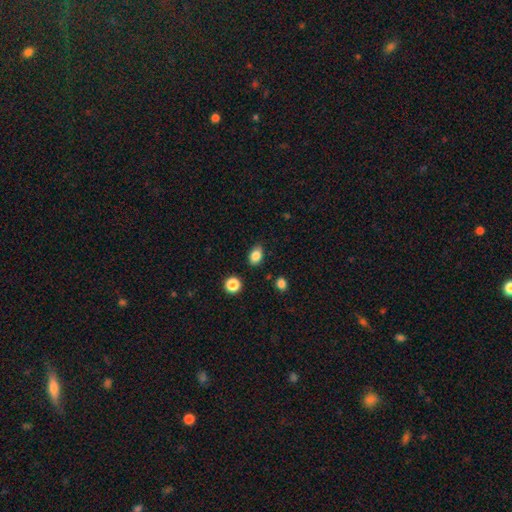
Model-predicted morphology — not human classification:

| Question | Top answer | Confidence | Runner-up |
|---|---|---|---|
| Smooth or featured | smooth | 85% | star or artifact (10%) |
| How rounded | in between | 78% | round (20%) |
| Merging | none | 83% | minor disturbance (13%) |